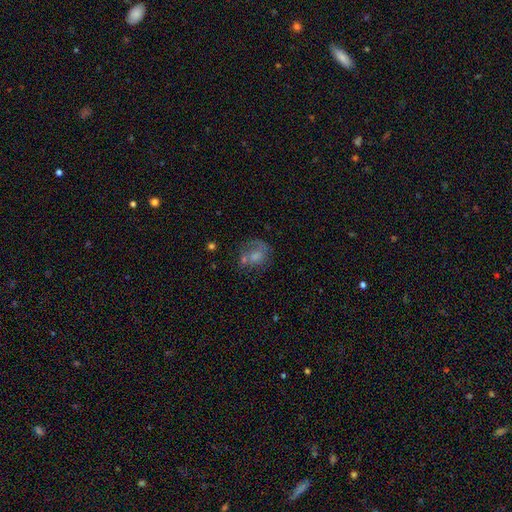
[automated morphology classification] Smooth or featured? smooth (46%)
Merging? none (34%)